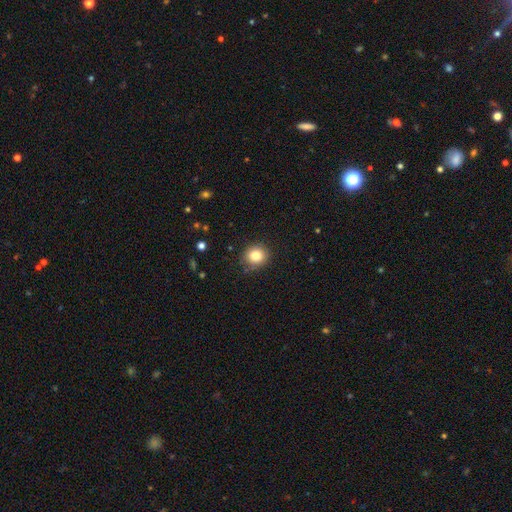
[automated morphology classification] The model was most divided on "smooth or featured": smooth: 82%, star or artifact: 11%, featured or disk: 7%. More confident: merging — none (88%); how rounded — round (87%).